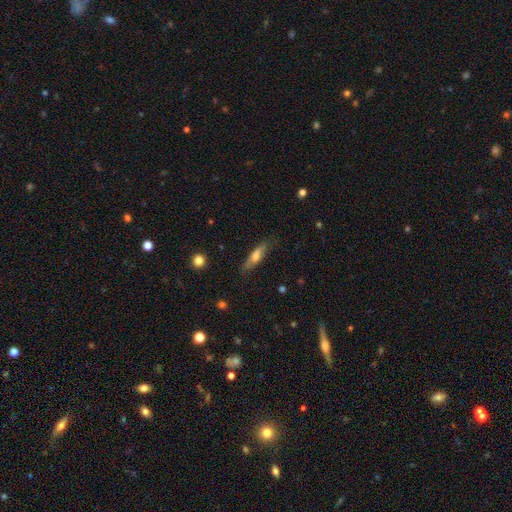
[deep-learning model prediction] A smooth galaxy with no disk features (53%) that is cigar-shaped (67%). Merging: none (77%).